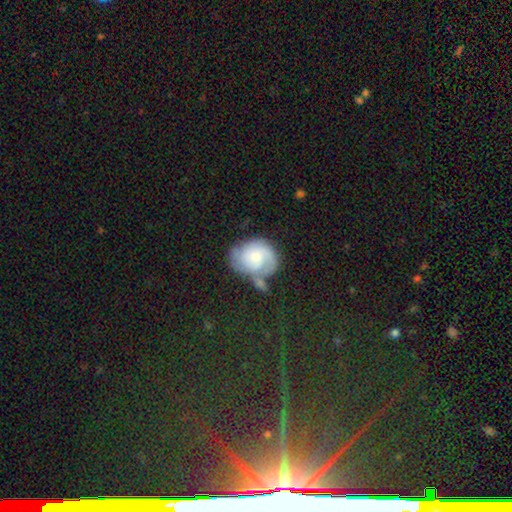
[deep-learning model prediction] Q: Smooth or featured?
A: featured or disk (63%); runner-up: smooth (30%)
Q: Edge-on disk?
A: no (98%); runner-up: yes (2%)
Q: Bar?
A: no (71%); runner-up: weak (25%)
Q: Spiral arms?
A: yes (88%); runner-up: no (12%)
Q: Spiral winding?
A: tight (47%); runner-up: medium (38%)
Q: Spiral arm count?
A: 2 (48%); runner-up: can't tell (23%)
Q: Bulge size?
A: moderate (42%); runner-up: small (40%)
Q: Merging?
A: none (41%); runner-up: minor disturbance (25%)